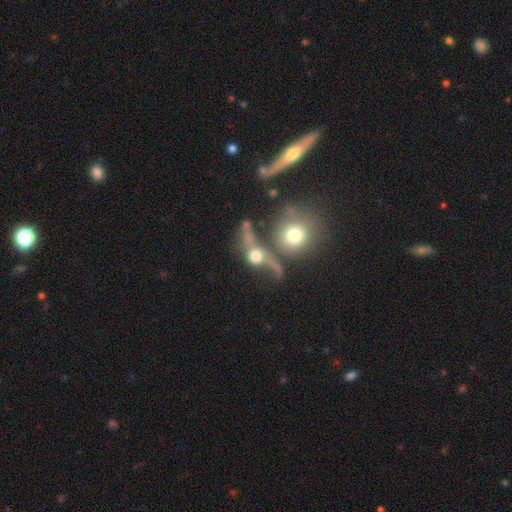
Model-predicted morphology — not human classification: This appears to be a smooth galaxy with no disk features (46%). Merging: merger (50%).